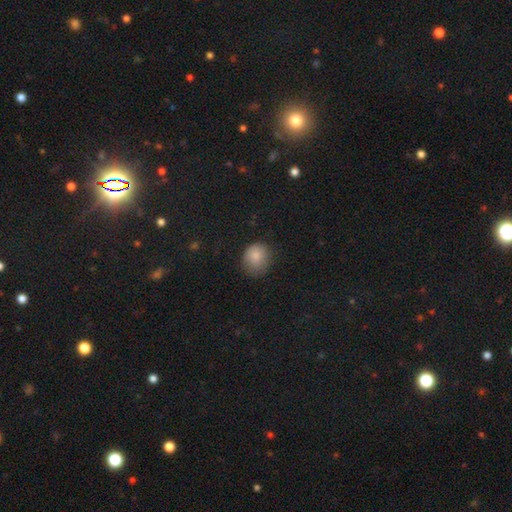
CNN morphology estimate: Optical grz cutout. It shows a smooth galaxy with no disk features (84%) that is round (68%). Merging: none (66%).